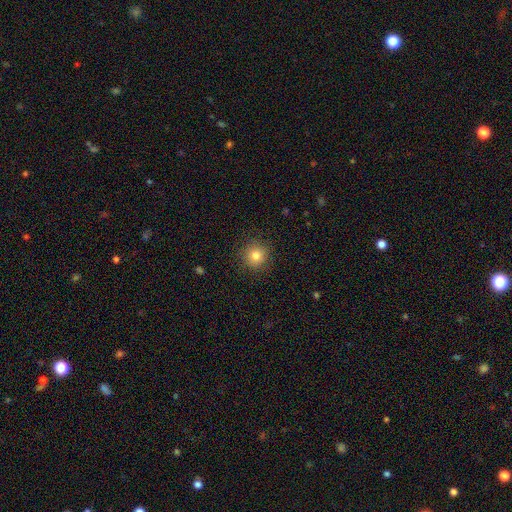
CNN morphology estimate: Overall: smooth (81%). How rounded: round (93%). Merging: none (89%).